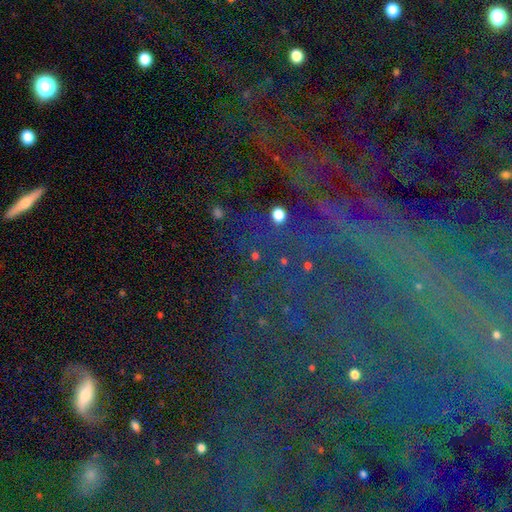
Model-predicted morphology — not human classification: This appears to be a star or artifact, not a galaxy (72%).